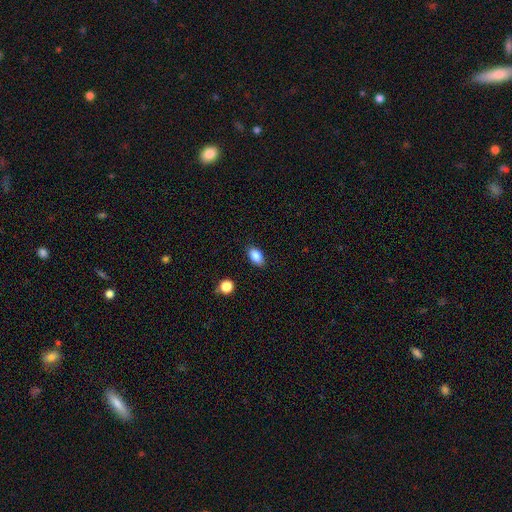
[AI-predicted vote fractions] Q: Smooth or featured?
A: smooth (86%); runner-up: star or artifact (9%)
Q: How rounded?
A: in between (89%); runner-up: round (9%)
Q: Merging?
A: none (86%); runner-up: minor disturbance (10%)